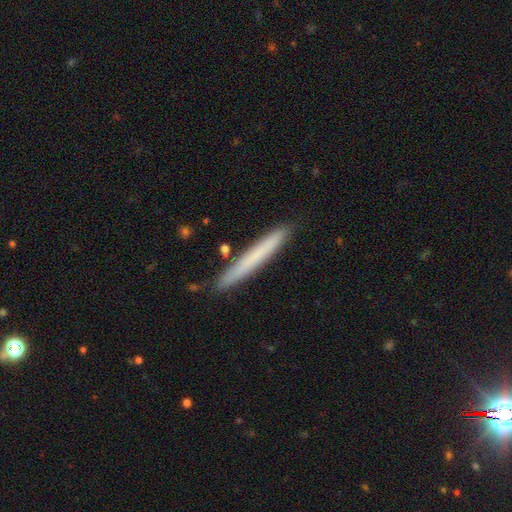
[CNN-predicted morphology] smooth-or-featured: smooth: 67% | featured or disk: 26% | star or artifact: 6%
  how-rounded: cigar-shaped: 97% | in between: 2% | round: 1%
  merging: none: 89% | minor disturbance: 8% | merger: 2% | major disturbance: 1%